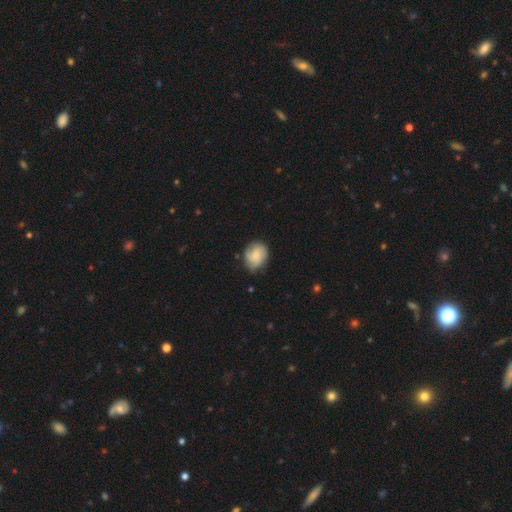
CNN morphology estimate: Smooth or featured? smooth (61%)
How rounded? round (56%)
Merging? none (67%)